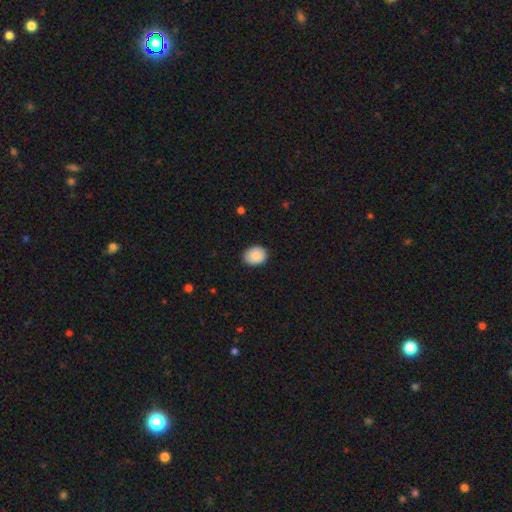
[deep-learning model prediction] Morphology: type=smooth (88%); roundness=in between (54%); merging=none (87%).